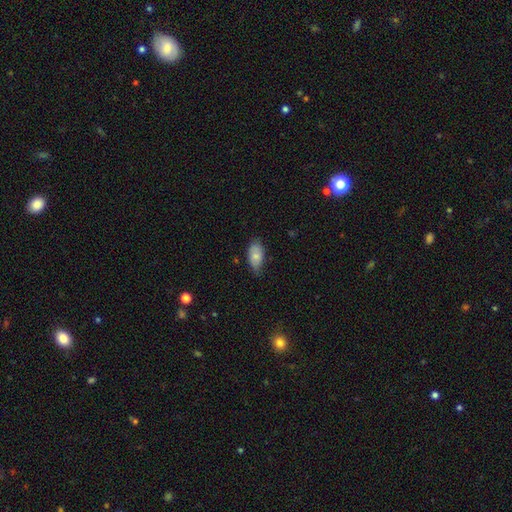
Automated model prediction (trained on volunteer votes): A smooth galaxy with no disk features (77%) that is in between round and cigar-shaped (93%).

Vote fractions:
- Smooth or featured? smooth: 77% / featured or disk: 16% / star or artifact: 7%
- How rounded? in between: 93% / round: 4% / cigar-shaped: 3%
- Merging? none: 63% / minor disturbance: 31% / major disturbance: 5% / merger: 1%